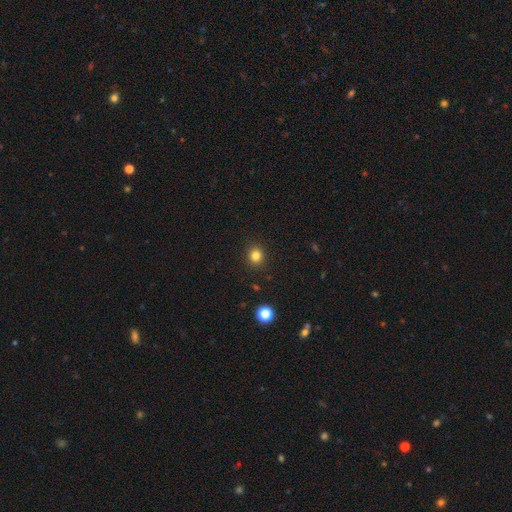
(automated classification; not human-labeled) Morphology: type=smooth (82%); roundness=round (86%); merging=none (91%).